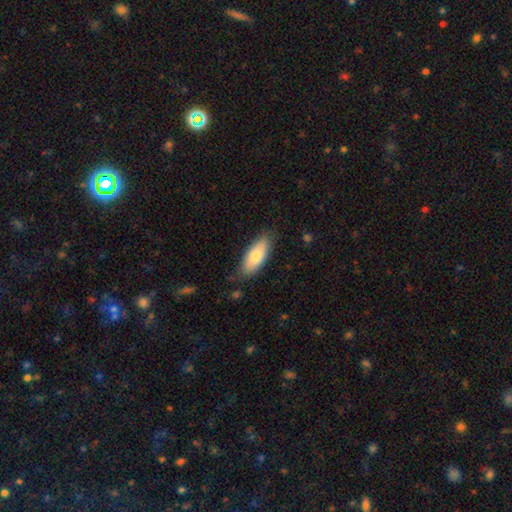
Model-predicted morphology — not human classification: A smooth galaxy with no disk features (77%) that is in between round and cigar-shaped (80%). Merging: none (80%).